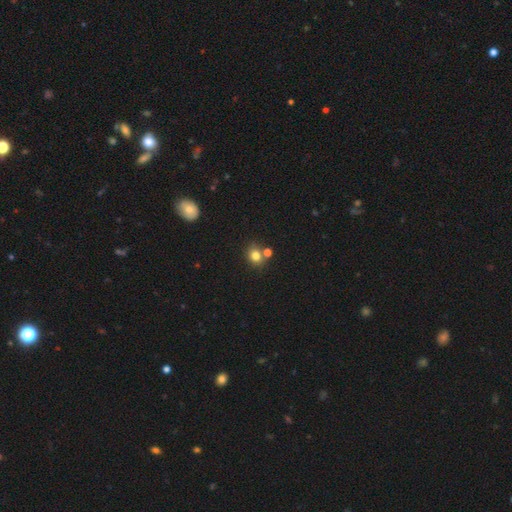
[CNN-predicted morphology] smooth_or_featured: smooth (p=0.79) [alt: star or artifact p=0.13]
how_rounded: round (p=0.70) [alt: in between p=0.29]
merging: none (p=0.63) [alt: merger p=0.23]